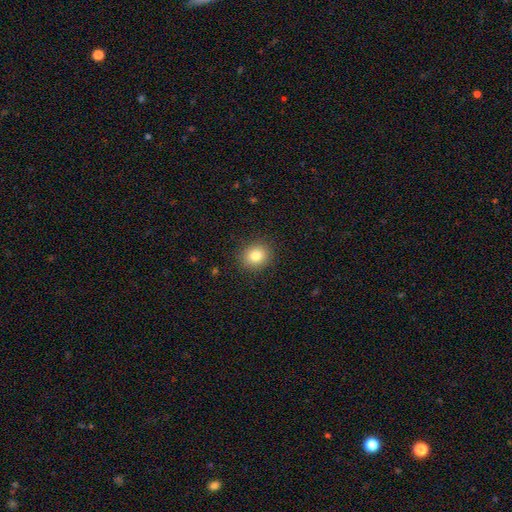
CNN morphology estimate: Overall: smooth (81%). How rounded: round (73%). Merging: none (89%).